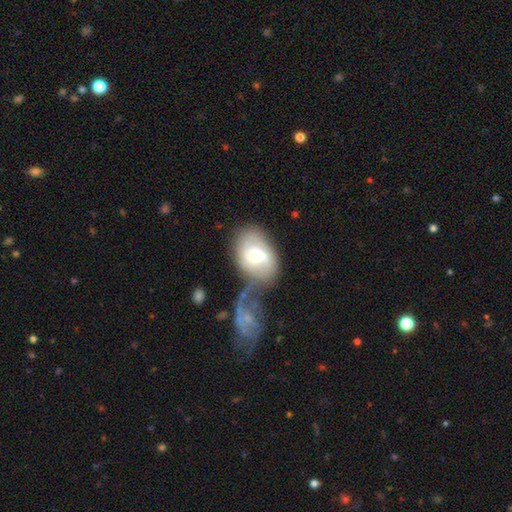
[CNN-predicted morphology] A featured or disk galaxy (50%).

Vote fractions:
- Smooth or featured? featured or disk: 50% / smooth: 43% / star or artifact: 7%
- Merging? merger: 38% / none: 32% / minor disturbance: 17% / major disturbance: 13%